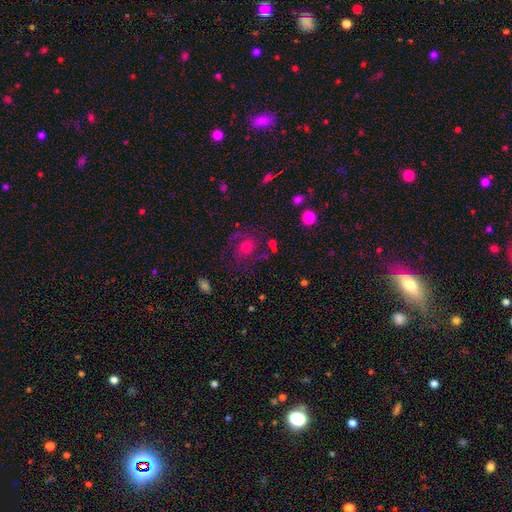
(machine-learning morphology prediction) Smooth or featured? featured or disk (54%)
Edge-on disk? no (97%)
Bar? no (79%)
Spiral arms? yes (81%)
Bulge size? moderate (61%)
Merging? none (67%)